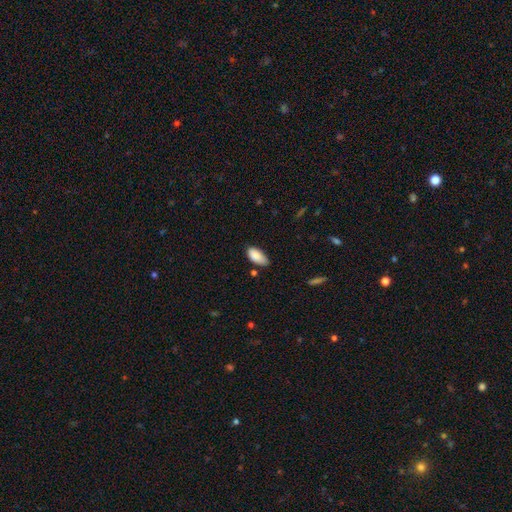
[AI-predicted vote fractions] A smooth galaxy with no disk features (87%) that is in between round and cigar-shaped (93%). Merging: none (62%).